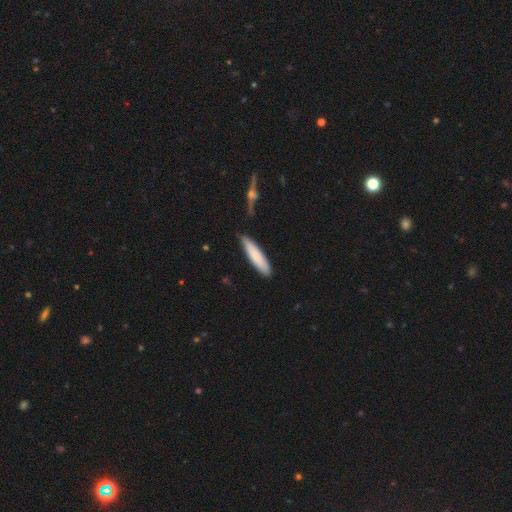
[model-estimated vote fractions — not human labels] This appears to be a smooth galaxy with no disk features (79%) that is cigar-shaped (80%). Merging: none (84%).